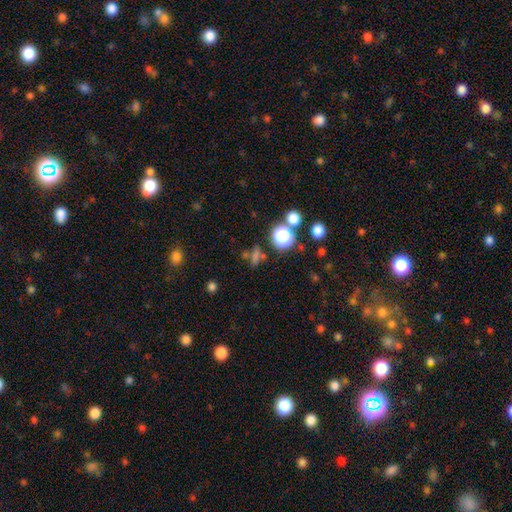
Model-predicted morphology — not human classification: A smooth galaxy with no disk features (46%).

Vote fractions:
- Smooth or featured? smooth: 46% / star or artifact: 44% / featured or disk: 10%
- Merging? none: 71% / minor disturbance: 12% / merger: 10% / major disturbance: 7%